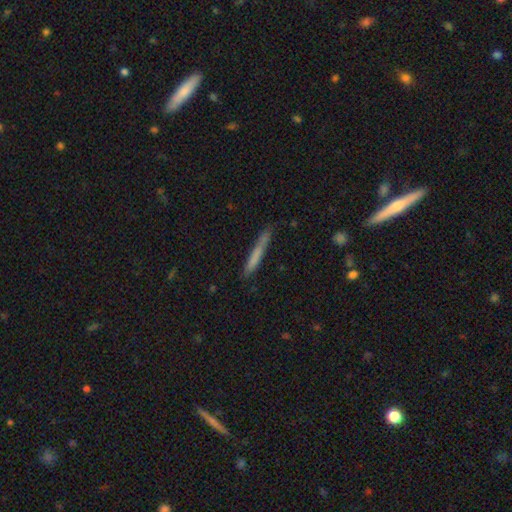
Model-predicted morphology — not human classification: smooth 71%, featured or disk 22%, star or artifact 7%. Down the decision tree: how rounded — cigar-shaped (96%); merging — none (76%).